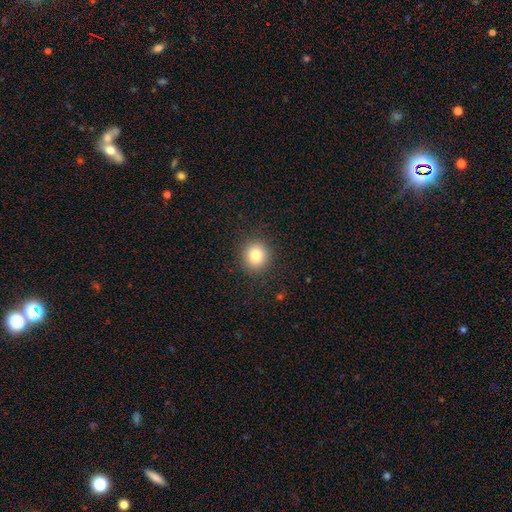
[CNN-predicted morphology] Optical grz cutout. It shows a smooth galaxy with no disk features (82%) that is round (90%). Merging: none (90%).